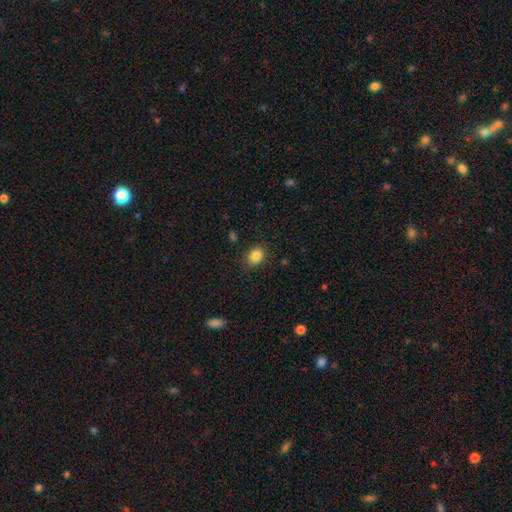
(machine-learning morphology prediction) Smooth or featured: smooth — 85% (star or artifact — 10%)
How rounded: in between — 53% (round — 46%)
Merging: none — 84% (minor disturbance — 11%)